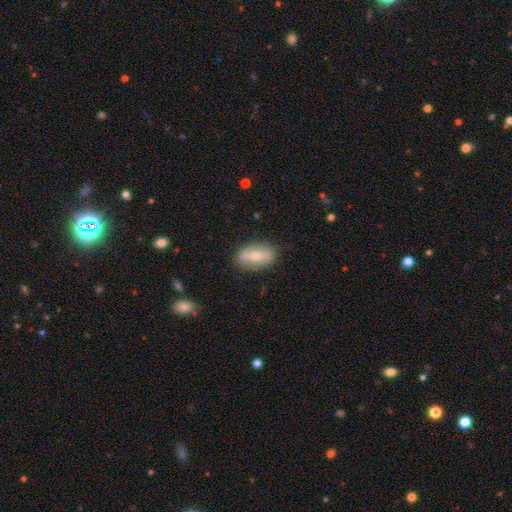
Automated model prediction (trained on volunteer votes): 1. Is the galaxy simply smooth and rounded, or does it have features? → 52% smooth, 41% featured or disk, 7% star or artifact.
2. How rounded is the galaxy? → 86% in between, 9% round, 6% cigar-shaped.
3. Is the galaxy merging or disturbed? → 83% none, 13% minor disturbance, 3% major disturbance, 2% merger.